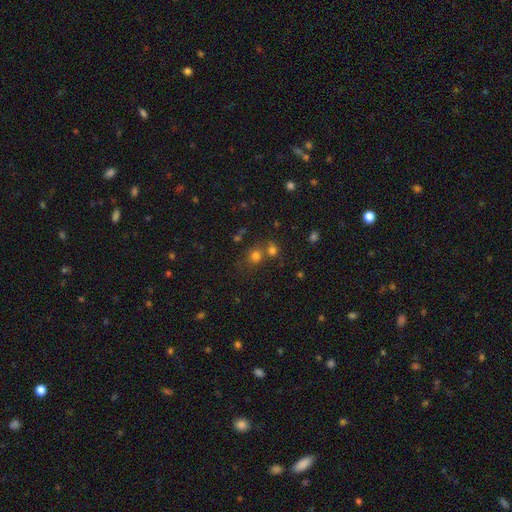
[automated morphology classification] Smooth or featured?
  - smooth: 73% *
  - star or artifact: 18%
  - featured or disk: 9%
How rounded?
  - round: 80% *
  - in between: 19%
  - cigar-shaped: 1%
Merging?
  - none: 55% *
  - merger: 33%
  - minor disturbance: 9%
  - major disturbance: 4%